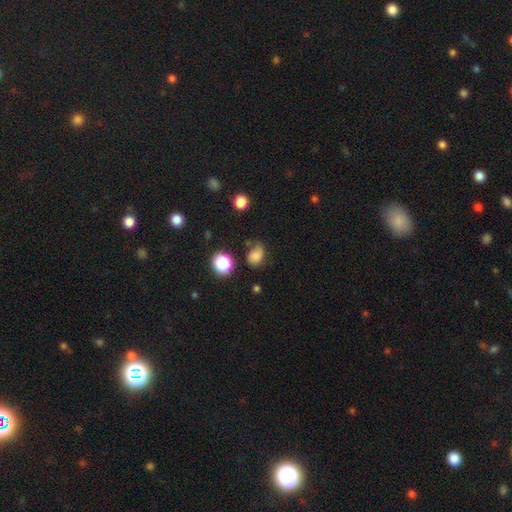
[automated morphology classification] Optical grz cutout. It shows a smooth galaxy with no disk features (72%) that is in between round and cigar-shaped (57%). Merging: none (46%).